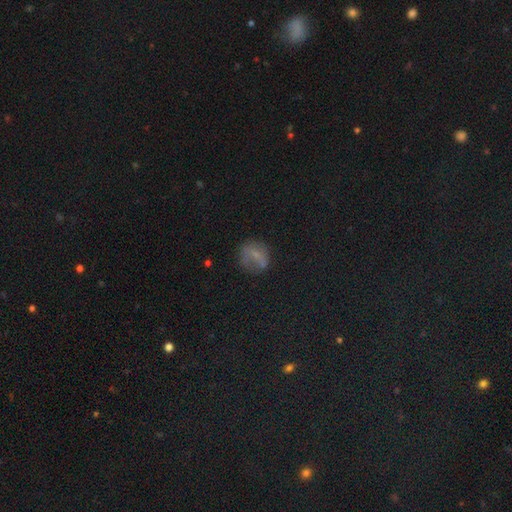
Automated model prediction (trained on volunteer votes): Smooth or featured? smooth (50%)
How rounded? round (73%)
Merging? none (59%)